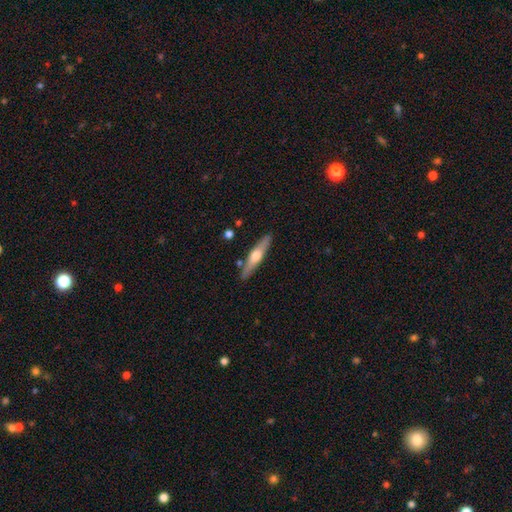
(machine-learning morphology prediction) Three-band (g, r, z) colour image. It shows a featured or disk galaxy (54%) viewed edge-on (93%). Merging: none (87%).